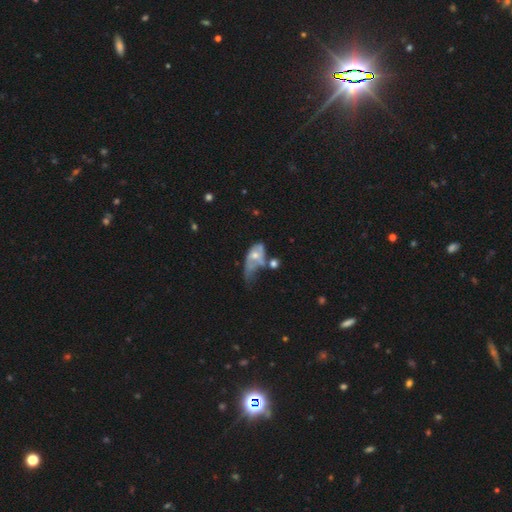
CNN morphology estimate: Q: Smooth or featured?
A: featured or disk (50%); runner-up: smooth (42%)
Q: Merging?
A: major disturbance (43%); runner-up: merger (25%)